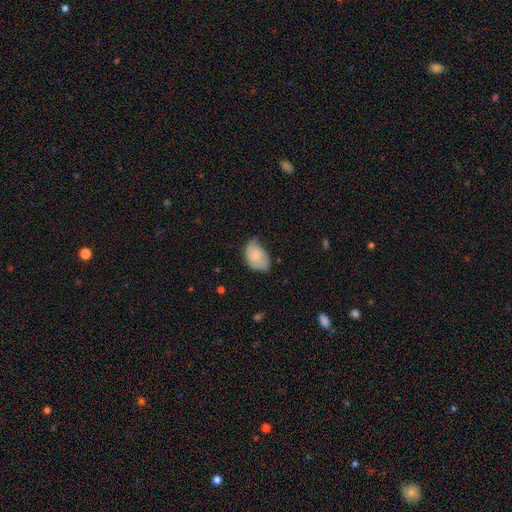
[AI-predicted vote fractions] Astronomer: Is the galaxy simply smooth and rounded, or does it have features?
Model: smooth — 69%.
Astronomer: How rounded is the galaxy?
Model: in between — 86%.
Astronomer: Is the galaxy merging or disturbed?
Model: minor disturbance — 45% (runner-up: none, 40%).